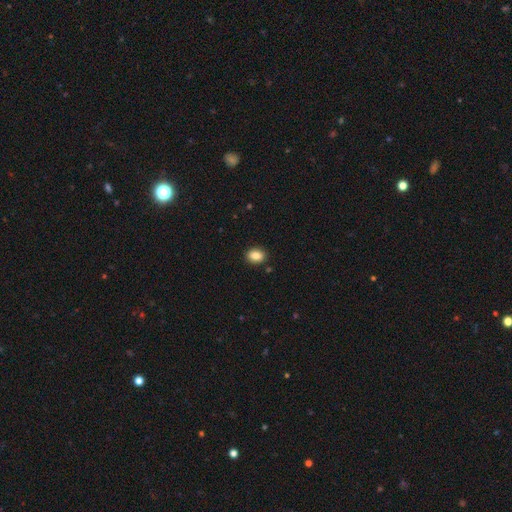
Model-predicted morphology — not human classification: Smooth or featured?
  - smooth: 86% *
  - star or artifact: 9%
  - featured or disk: 5%
How rounded?
  - in between: 67% *
  - round: 32%
  - cigar-shaped: 1%
Merging?
  - none: 89% *
  - minor disturbance: 7%
  - major disturbance: 2%
  - merger: 1%